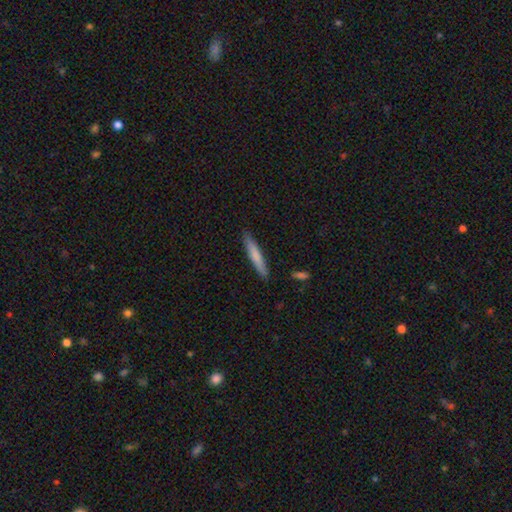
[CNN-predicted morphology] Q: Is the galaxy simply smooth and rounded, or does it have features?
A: smooth — 73%.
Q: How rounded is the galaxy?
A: cigar-shaped — 93%.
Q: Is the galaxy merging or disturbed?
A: none — 89%.